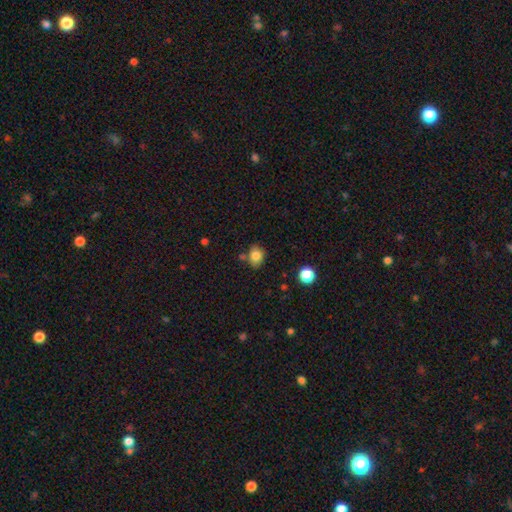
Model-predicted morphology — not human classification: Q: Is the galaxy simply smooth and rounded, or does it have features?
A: smooth — 81%.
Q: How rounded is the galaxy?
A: round — 51%.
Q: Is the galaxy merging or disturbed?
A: none — 68%.